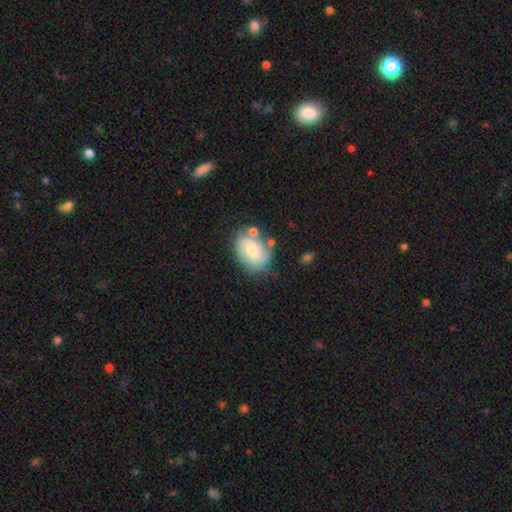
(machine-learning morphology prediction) Smooth or featured? Predicted: featured or disk (p=0.56). Edge-on disk? Predicted: no (p=0.97). Bar? Predicted: no (p=0.63). Spiral arms? Predicted: yes (p=0.85). Bulge size? Predicted: small (p=0.45). Merging? Predicted: none (p=0.61).